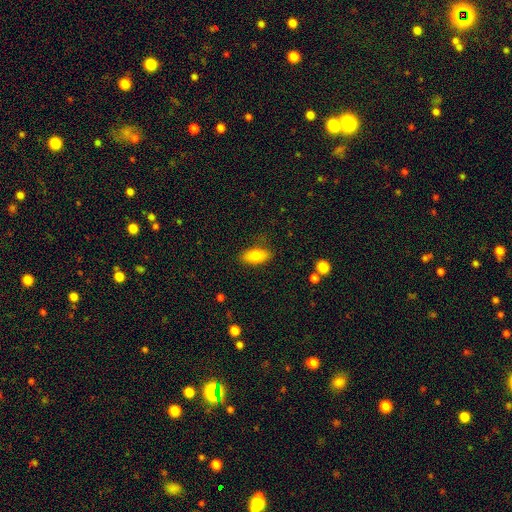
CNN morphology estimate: A smooth galaxy with no disk features (81%) that is in between round and cigar-shaped (83%). Merging: none (83%).